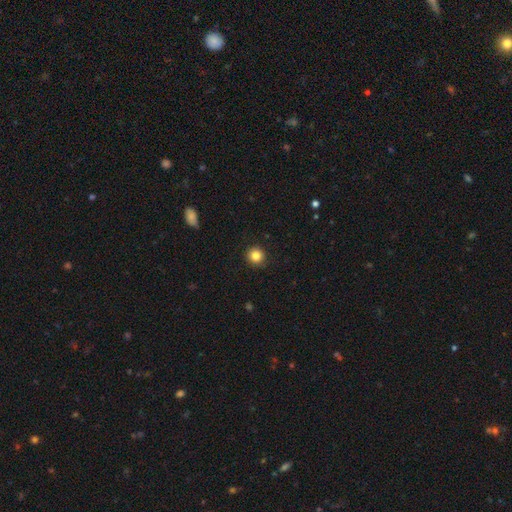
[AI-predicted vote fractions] smooth_or_featured: smooth (p=0.84) [alt: star or artifact p=0.11]
how_rounded: round (p=0.94) [alt: in between p=0.05]
merging: none (p=0.92) [alt: minor disturbance p=0.06]